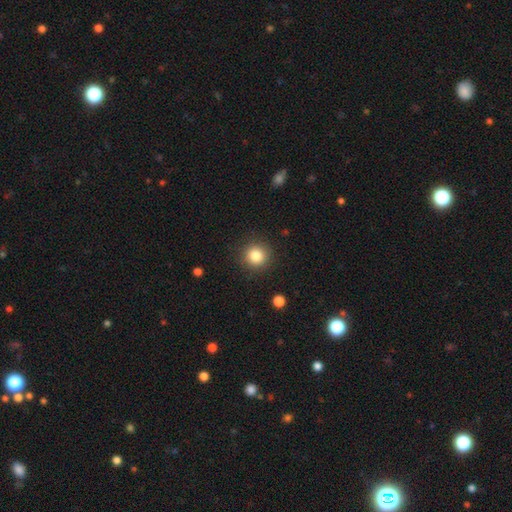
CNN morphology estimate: Smooth or featured? smooth (84%)
How rounded? round (94%)
Merging? none (89%)